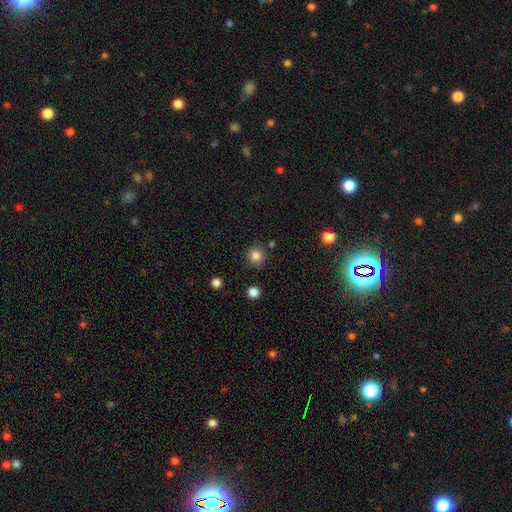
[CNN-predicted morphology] Smooth or featured?
  - smooth: 84% *
  - star or artifact: 11%
  - featured or disk: 4%
How rounded?
  - round: 92% *
  - in between: 7%
  - cigar-shaped: 1%
Merging?
  - none: 85% *
  - minor disturbance: 8%
  - merger: 4%
  - major disturbance: 3%